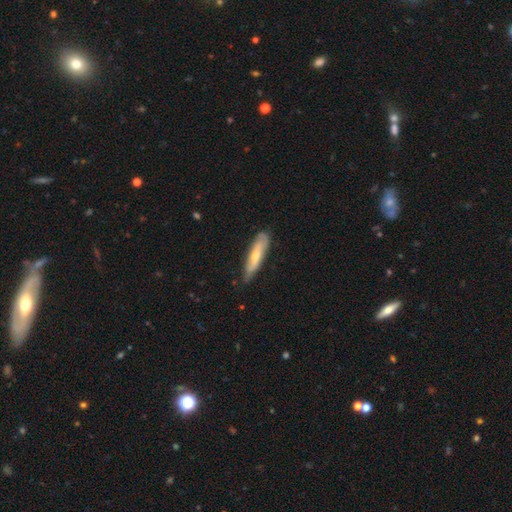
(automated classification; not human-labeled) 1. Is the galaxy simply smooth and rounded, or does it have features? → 56% smooth, 38% featured or disk, 6% star or artifact.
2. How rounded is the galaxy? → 74% cigar-shaped, 25% in between, 2% round.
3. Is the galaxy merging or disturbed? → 69% none, 25% minor disturbance, 5% major disturbance, 2% merger.